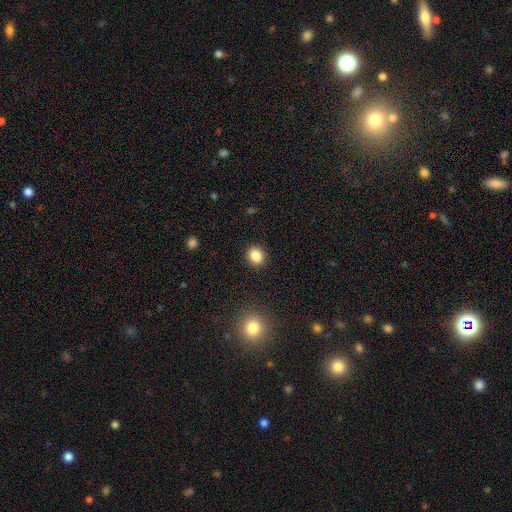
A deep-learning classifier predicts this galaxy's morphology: smooth-or-featured: smooth: 85% | star or artifact: 10% | featured or disk: 5%
  how-rounded: round: 71% | in between: 28% | cigar-shaped: 1%
  merging: none: 91% | minor disturbance: 6% | major disturbance: 2% | merger: 1%